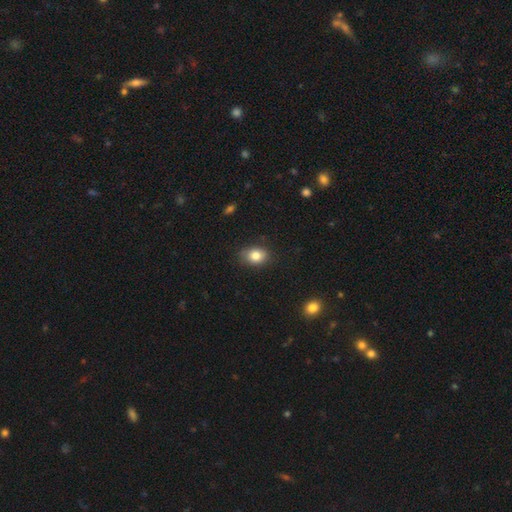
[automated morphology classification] Smooth or featured: smooth — 83% (star or artifact — 9%)
How rounded: in between — 62% (round — 37%)
Merging: none — 80% (minor disturbance — 15%)